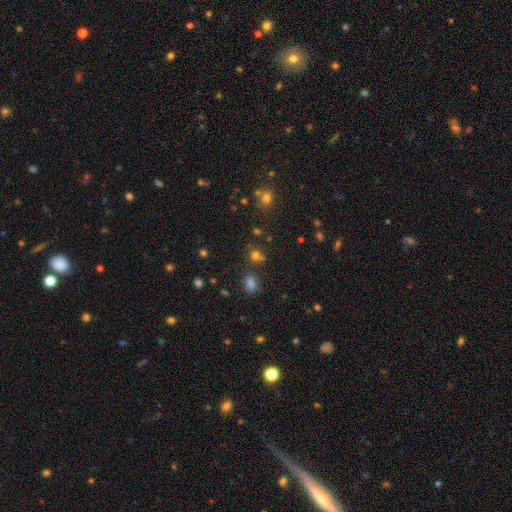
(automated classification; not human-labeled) A smooth galaxy with no disk features (66%) that is round (75%). Merging: none (68%).